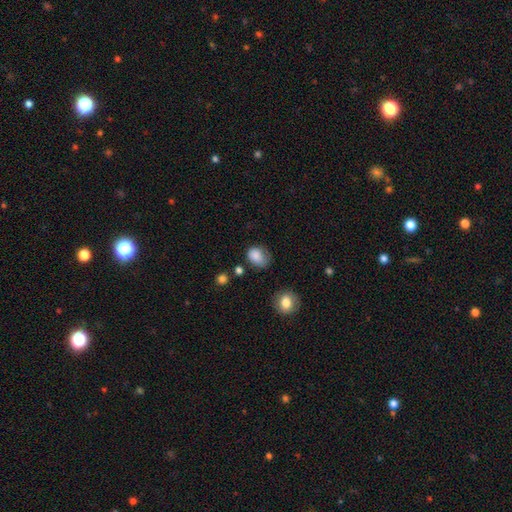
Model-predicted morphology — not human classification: Overall: smooth (83%). How rounded: in between (53%; round 46%). Merging: none (50%; minor disturbance 33%).